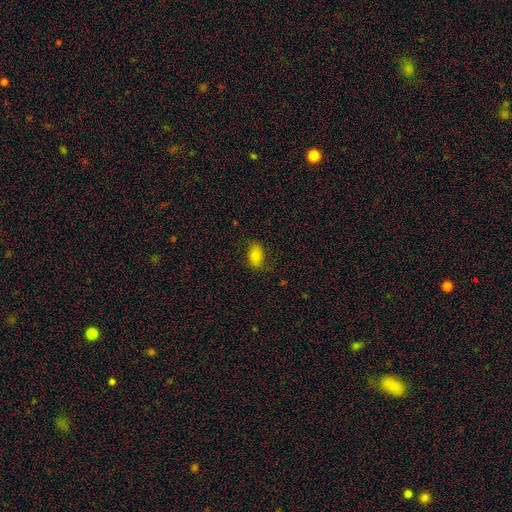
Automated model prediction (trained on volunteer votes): Smooth or featured? Predicted: smooth (p=0.79). How rounded? Predicted: in between (p=0.86). Merging? Predicted: none (p=0.80).